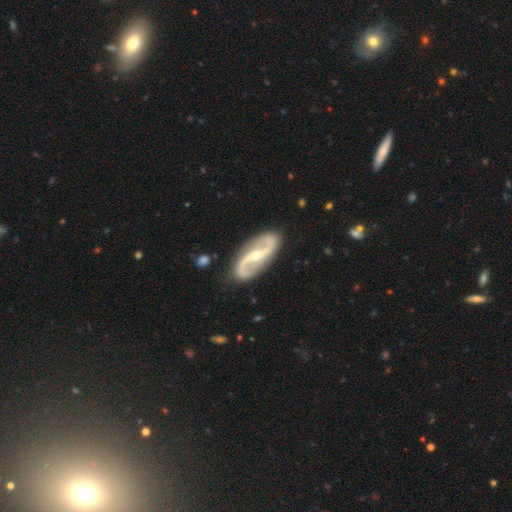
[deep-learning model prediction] Smooth or featured? featured or disk (91%)
Edge-on disk? no (96%)
Bar? strong (41%)
Spiral arms? yes (97%)
Spiral winding? loose (52%)
Spiral arm count? 2 (94%)
Bulge size? small (61%)
Merging? none (86%)